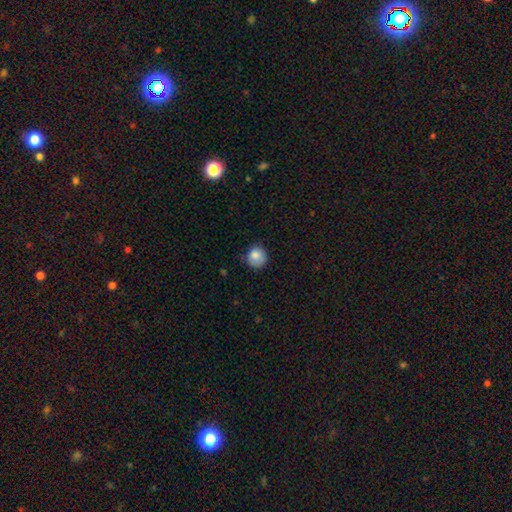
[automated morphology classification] smooth_or_featured: smooth (p=0.85) [alt: star or artifact p=0.09]
how_rounded: round (p=0.86) [alt: in between p=0.13]
merging: none (p=0.69) [alt: minor disturbance p=0.25]